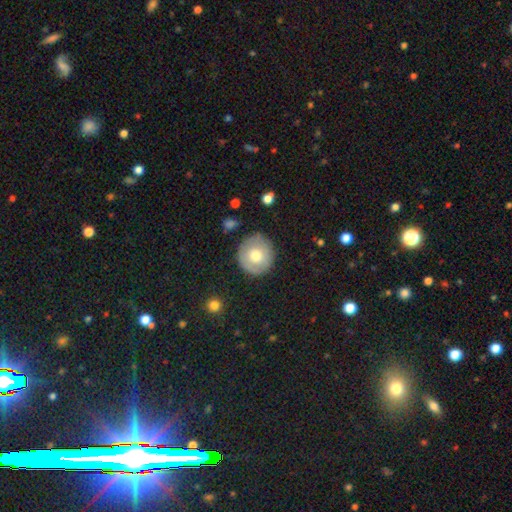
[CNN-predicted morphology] This is likely a smooth galaxy (65%). How rounded: clearly round (93%). Merging: clearly none (83%).